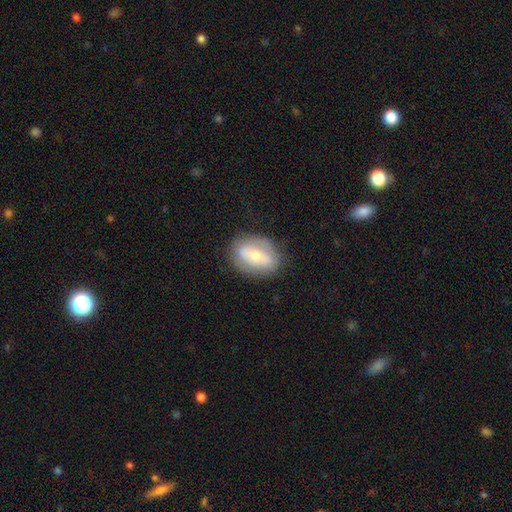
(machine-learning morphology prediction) smooth-or-featured: featured or disk: 50% | smooth: 43% | star or artifact: 7%
  disk-edge-on: no: 90% | yes: 10%
  merging: none: 77% | minor disturbance: 15% | major disturbance: 6% | merger: 1%